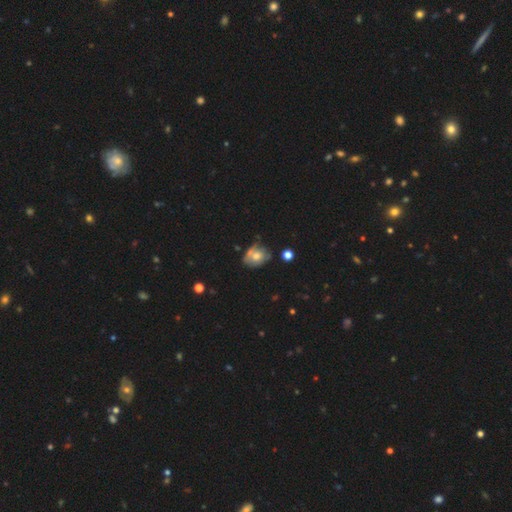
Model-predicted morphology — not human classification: Smooth or featured? Predicted: smooth (p=0.52). How rounded? Predicted: in between (p=0.59). Merging? Predicted: none (p=0.46).